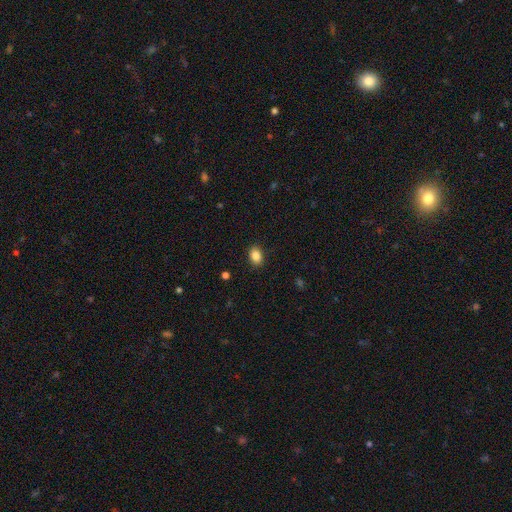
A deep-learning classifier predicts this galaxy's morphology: A smooth galaxy with no disk features (87%) that is in between round and cigar-shaped (77%).

Vote fractions:
- Smooth or featured? smooth: 87% / star or artifact: 9% / featured or disk: 5%
- How rounded? in between: 77% / round: 22% / cigar-shaped: 1%
- Merging? none: 89% / minor disturbance: 8% / major disturbance: 2% / merger: 1%